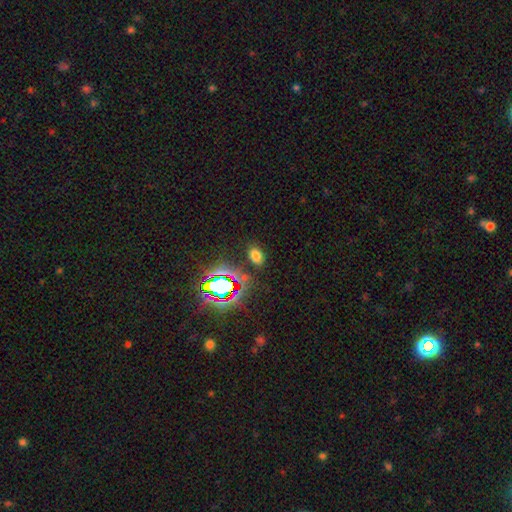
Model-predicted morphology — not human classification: smooth-or-featured: smooth: 66% | star or artifact: 27% | featured or disk: 7%
  how-rounded: in between: 84% | round: 15% | cigar-shaped: 2%
  merging: none: 84% | minor disturbance: 9% | major disturbance: 3% | merger: 3%